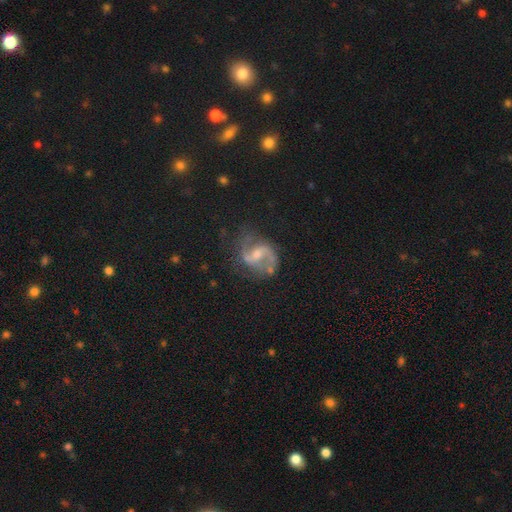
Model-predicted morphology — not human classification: A featured or disk galaxy (86%) with a weak bar (52%), 2 (90%) medium (47%) spiral arms (96%) and a small central bulge (48%).

Vote fractions:
- Smooth or featured? featured or disk: 86% / star or artifact: 8% / smooth: 6%
- Edge-on disk? no: 98% / yes: 2%
- Bar? weak: 52% / no: 29% / strong: 19%
- Spiral arms? yes: 96% / no: 4%
- Spiral winding? medium: 47% / loose: 43% / tight: 10%
- Spiral arm count? 2: 90% / can't tell: 3% / 1: 3% / 3: 1% / 4: 1% / more than 4: 1%
- Bulge size? small: 48% / moderate: 45% / none: 4% / large: 2% / dominant: 1%
- Merging? none: 70% / minor disturbance: 17% / major disturbance: 10% / merger: 2%